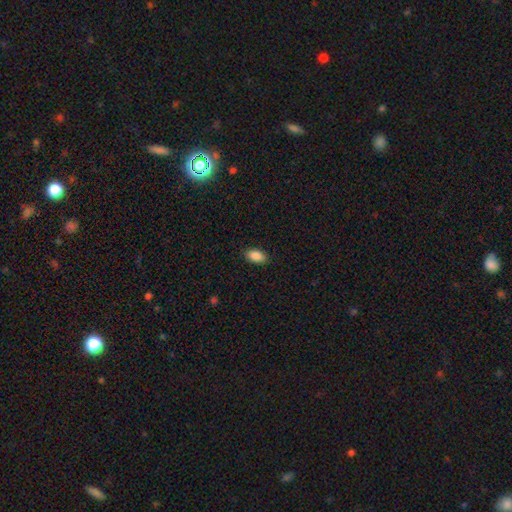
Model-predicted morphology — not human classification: smooth-or-featured: smooth: 89% | star or artifact: 7% | featured or disk: 4%
  how-rounded: in between: 93% | round: 5% | cigar-shaped: 3%
  merging: none: 89% | minor disturbance: 8% | major disturbance: 2% | merger: 1%